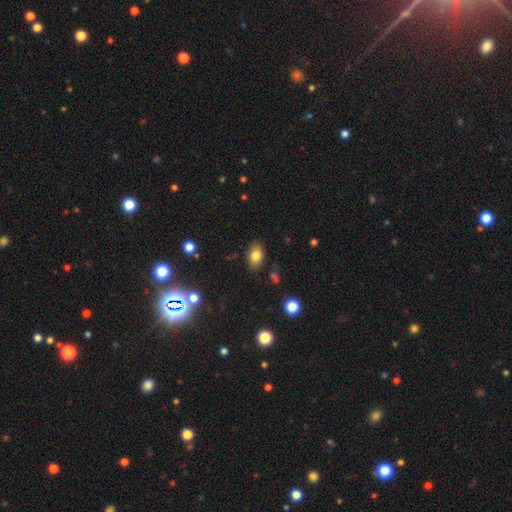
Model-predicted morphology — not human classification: Overall: smooth (80%). How rounded: in between (86%). Merging: none (84%).